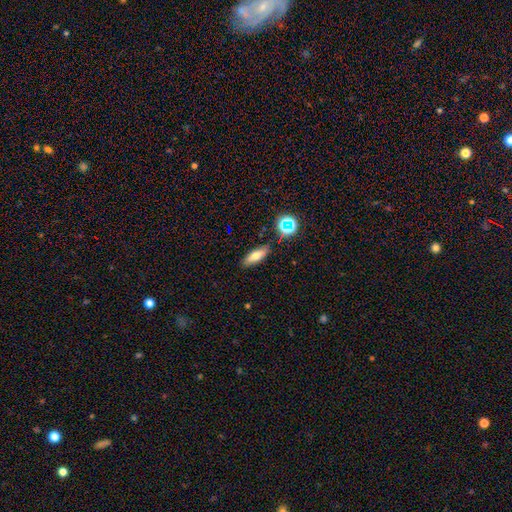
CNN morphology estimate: smooth 66%, featured or disk 22%, star or artifact 12%. Down the decision tree: how rounded — in between (57%); merging — none (84%).